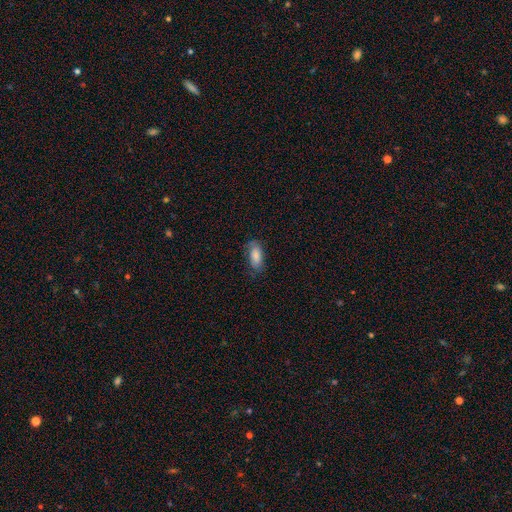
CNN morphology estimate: This appears to be a smooth galaxy with no disk features (80%) that is in between round and cigar-shaped (85%). Merging: none (68%).